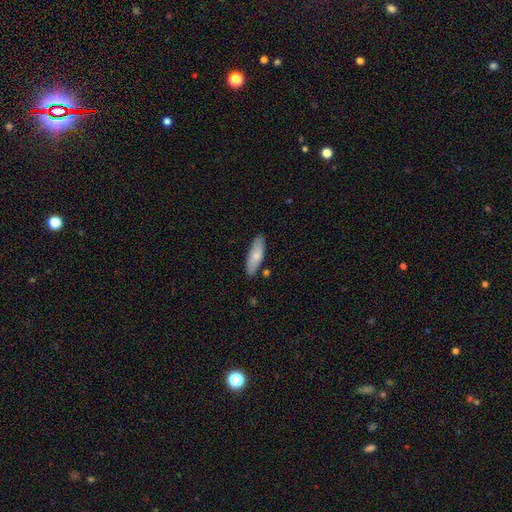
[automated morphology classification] This appears to be a smooth galaxy with no disk features (78%) that is in between round and cigar-shaped (54%). Merging: none (82%).